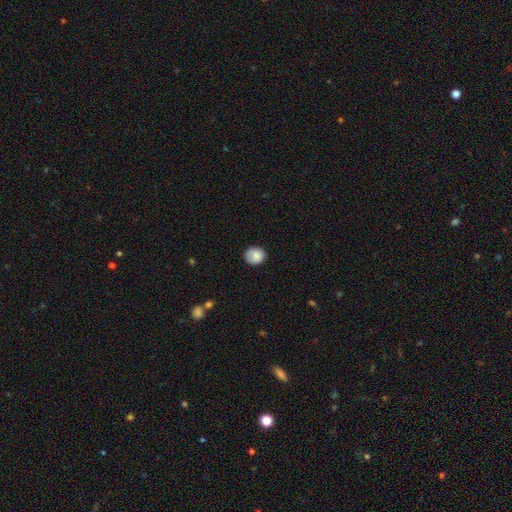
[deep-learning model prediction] Q: Smooth or featured?
A: smooth (86%); runner-up: star or artifact (8%)
Q: How rounded?
A: round (81%); runner-up: in between (18%)
Q: Merging?
A: none (80%); runner-up: minor disturbance (16%)